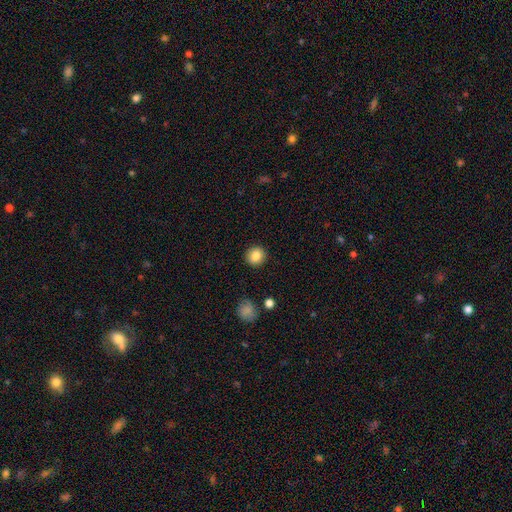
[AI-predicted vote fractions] The model was most divided on "smooth or featured": smooth: 85%, star or artifact: 9%, featured or disk: 6%. More confident: merging — none (91%); how rounded — round (89%).